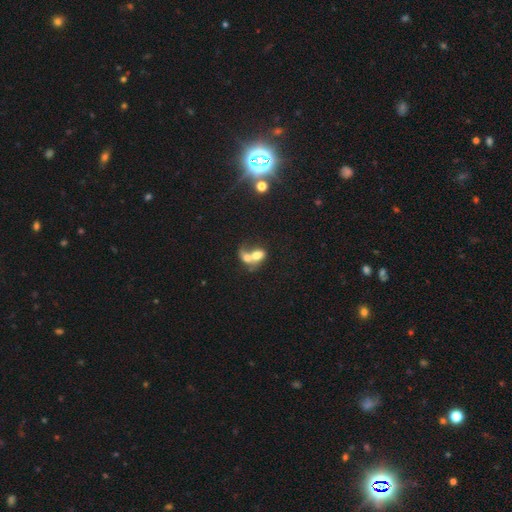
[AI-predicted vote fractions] A smooth galaxy with no disk features (61%) that is in between round and cigar-shaped (69%).

Vote fractions:
- Smooth or featured? smooth: 61% / featured or disk: 28% / star or artifact: 11%
- How rounded? in between: 69% / round: 29% / cigar-shaped: 2%
- Merging? merger: 76% / none: 11% / major disturbance: 8% / minor disturbance: 5%